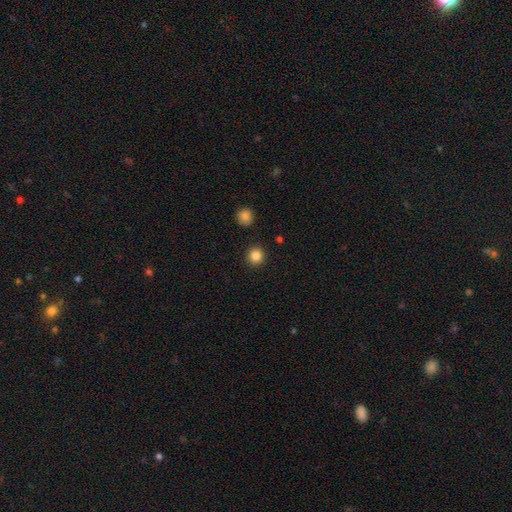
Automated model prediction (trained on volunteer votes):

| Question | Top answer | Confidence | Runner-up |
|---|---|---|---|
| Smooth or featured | smooth | 86% | star or artifact (11%) |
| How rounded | round | 94% | in between (5%) |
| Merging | none | 91% | minor disturbance (5%) |